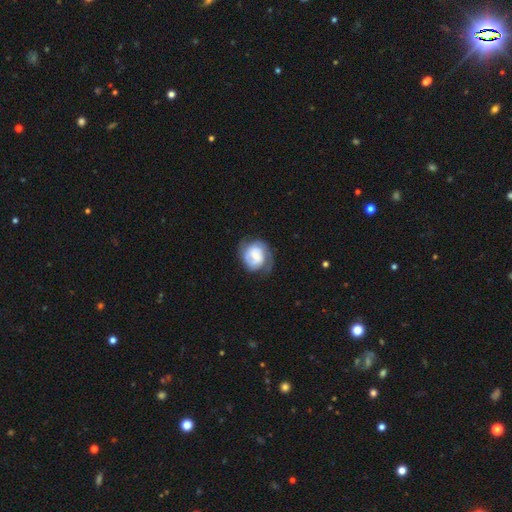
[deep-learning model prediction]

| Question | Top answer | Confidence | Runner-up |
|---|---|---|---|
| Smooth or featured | featured or disk | 63% | smooth (31%) |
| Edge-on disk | no | 97% | yes (3%) |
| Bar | no | 57% | weak (34%) |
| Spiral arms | yes | 83% | no (17%) |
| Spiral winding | tight | 53% | medium (34%) |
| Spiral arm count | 2 | 55% | can't tell (25%) |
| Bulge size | small | 47% | moderate (42%) |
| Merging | none | 59% | minor disturbance (25%) |